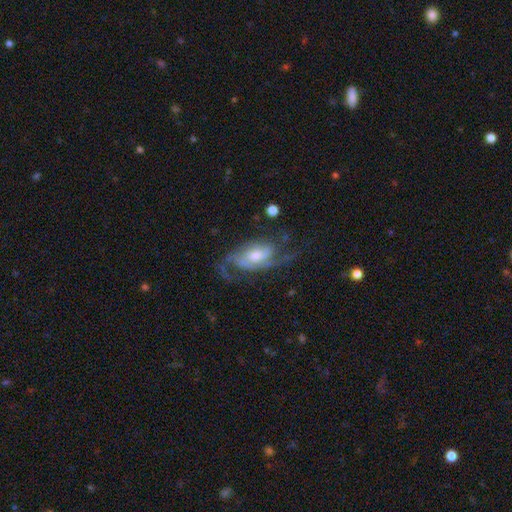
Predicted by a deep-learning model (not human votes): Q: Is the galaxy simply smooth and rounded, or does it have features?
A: featured or disk — 86%.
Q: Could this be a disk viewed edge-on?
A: no — 95%.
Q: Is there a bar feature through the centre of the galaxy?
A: no — 54%.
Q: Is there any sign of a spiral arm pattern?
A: yes — 95%.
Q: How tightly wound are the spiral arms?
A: medium — 49%.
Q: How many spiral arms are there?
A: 2 — 50%.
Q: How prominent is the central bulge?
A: moderate — 59%.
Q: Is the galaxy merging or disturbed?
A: none — 59%.